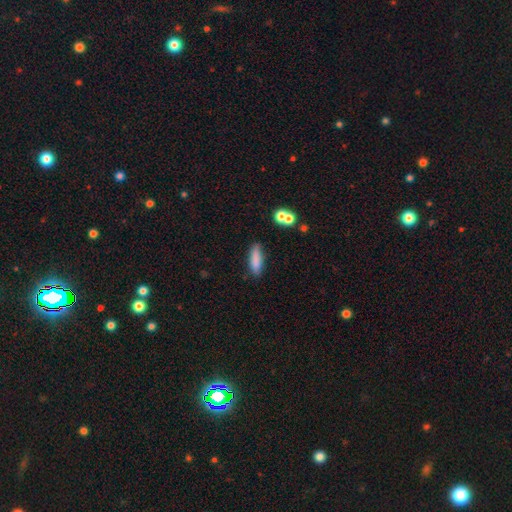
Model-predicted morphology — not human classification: A smooth galaxy with no disk features (82%) that is cigar-shaped (61%). Merging: none (79%).